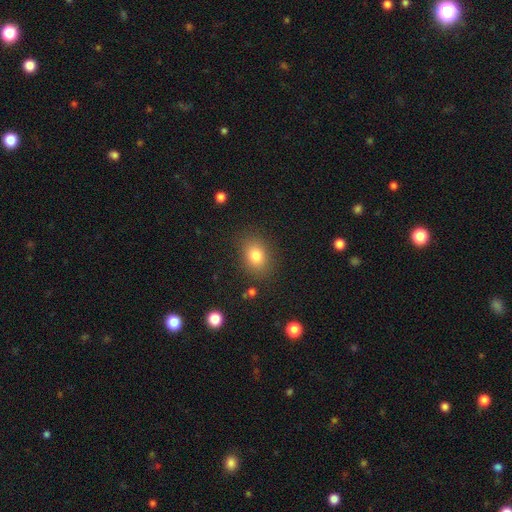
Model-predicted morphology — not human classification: This is clearly a smooth galaxy (80%). How rounded: likely in between (61%). Merging: clearly none (84%).